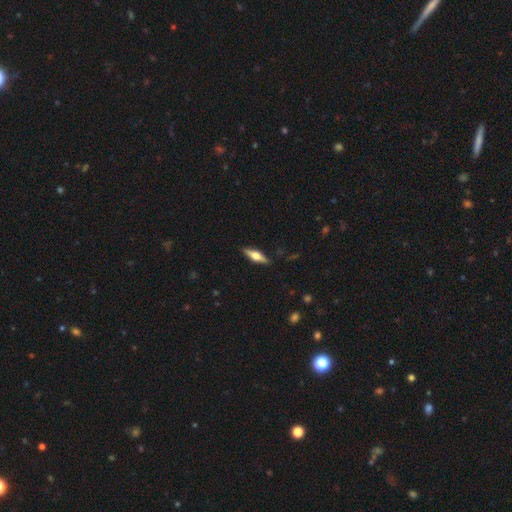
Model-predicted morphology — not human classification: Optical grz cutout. It shows a featured or disk galaxy (58%) viewed edge-on (95%) with a rounded central bulge (94%). Merging: none (89%).